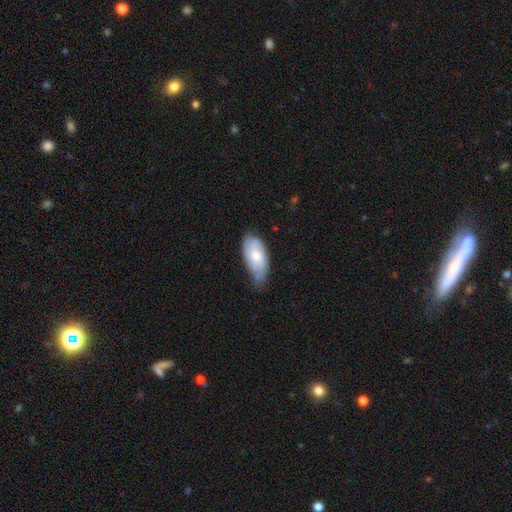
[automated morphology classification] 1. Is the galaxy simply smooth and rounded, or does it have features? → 66% smooth, 28% featured or disk, 6% star or artifact.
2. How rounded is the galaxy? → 91% in between, 6% cigar-shaped, 3% round.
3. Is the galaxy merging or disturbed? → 49% none, 41% minor disturbance, 8% major disturbance, 2% merger.